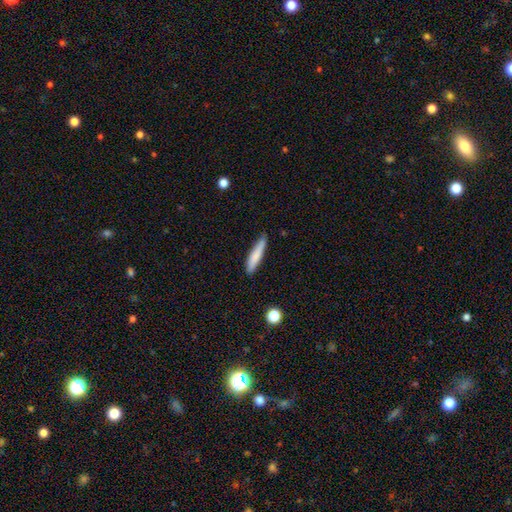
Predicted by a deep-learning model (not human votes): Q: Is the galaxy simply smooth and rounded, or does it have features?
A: smooth — 79%.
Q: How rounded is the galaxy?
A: cigar-shaped — 87%.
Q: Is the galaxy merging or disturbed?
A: none — 82%.